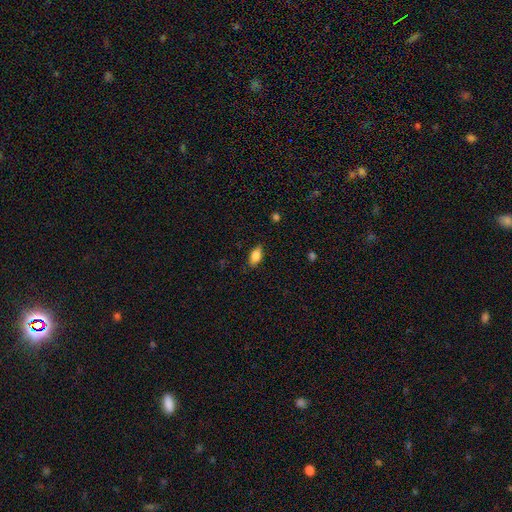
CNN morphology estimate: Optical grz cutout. It shows a smooth galaxy with no disk features (81%) that is in between round and cigar-shaped (87%). Merging: none (80%).